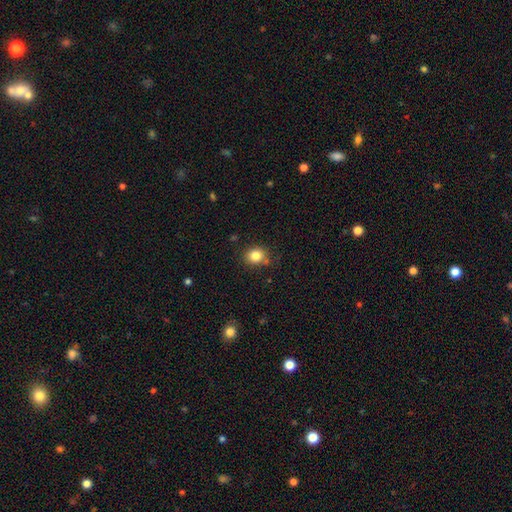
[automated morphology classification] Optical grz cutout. It shows a smooth galaxy with no disk features (83%) that is round (66%). Merging: none (79%).